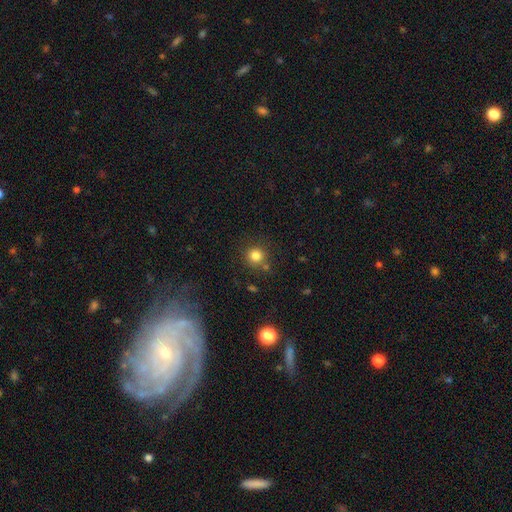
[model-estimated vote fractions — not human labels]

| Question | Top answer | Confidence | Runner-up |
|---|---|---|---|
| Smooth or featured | smooth | 82% | star or artifact (12%) |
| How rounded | round | 91% | in between (8%) |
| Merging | none | 78% | minor disturbance (10%) |